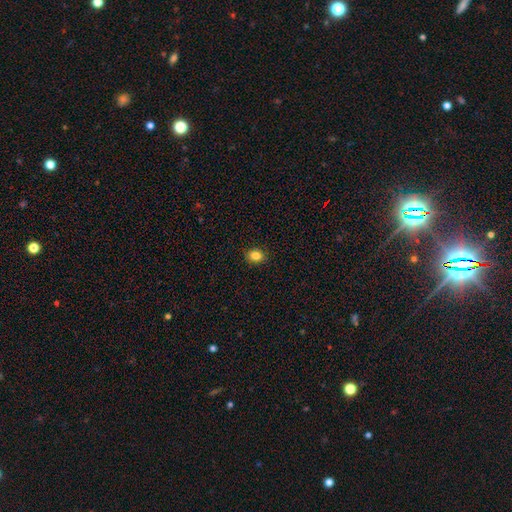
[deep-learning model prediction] Q: Smooth or featured?
A: smooth (84%); runner-up: star or artifact (11%)
Q: How rounded?
A: round (52%); runner-up: in between (47%)
Q: Merging?
A: none (89%); runner-up: minor disturbance (8%)